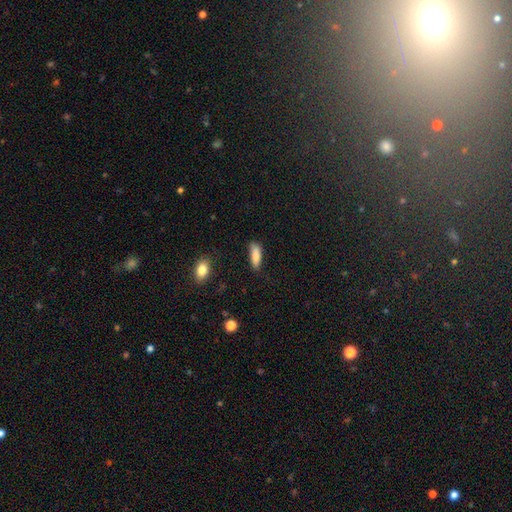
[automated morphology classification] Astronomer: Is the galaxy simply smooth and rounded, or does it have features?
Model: smooth — 82%.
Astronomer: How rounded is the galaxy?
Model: in between — 54% (runner-up: cigar-shaped, 44%).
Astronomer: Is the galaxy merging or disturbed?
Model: none — 68%.